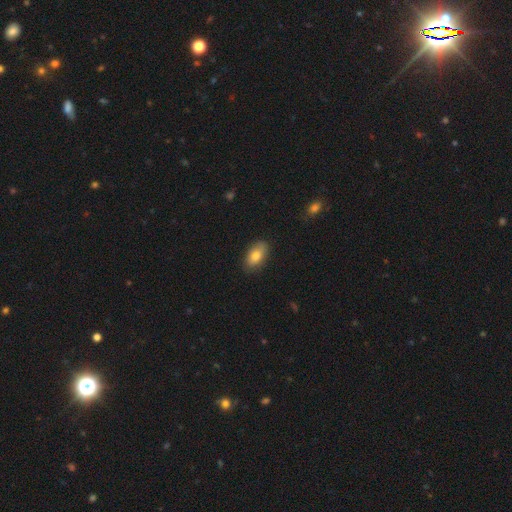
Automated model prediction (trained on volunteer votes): A smooth galaxy with no disk features (82%) that is in between round and cigar-shaped (92%). Merging: none (85%).